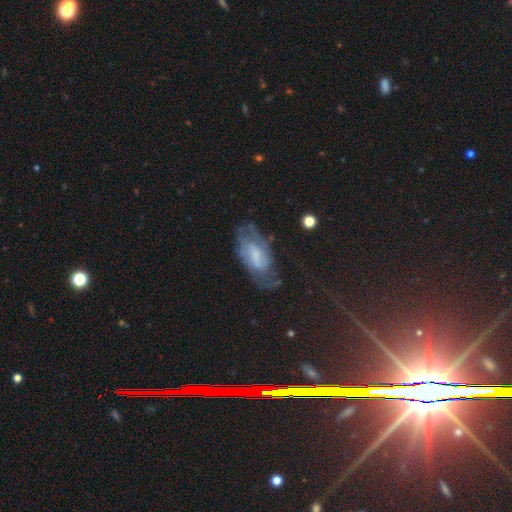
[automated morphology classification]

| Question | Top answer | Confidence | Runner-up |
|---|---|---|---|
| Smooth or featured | featured or disk | 60% | smooth (30%) |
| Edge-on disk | no | 92% | yes (8%) |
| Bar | weak | 45% | tied: no (45%) |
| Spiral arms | yes | 75% | no (25%) |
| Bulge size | small | 35% | moderate (29%) |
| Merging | none | 54% | minor disturbance (26%) |